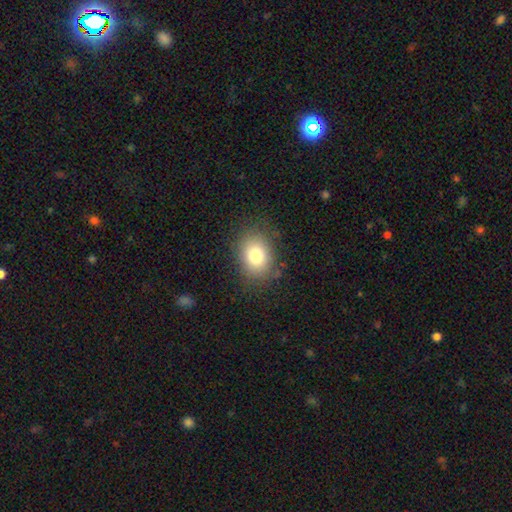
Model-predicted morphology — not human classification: Q: Smooth or featured?
A: smooth (78%); runner-up: star or artifact (11%)
Q: How rounded?
A: in between (58%); runner-up: round (41%)
Q: Merging?
A: none (82%); runner-up: minor disturbance (12%)